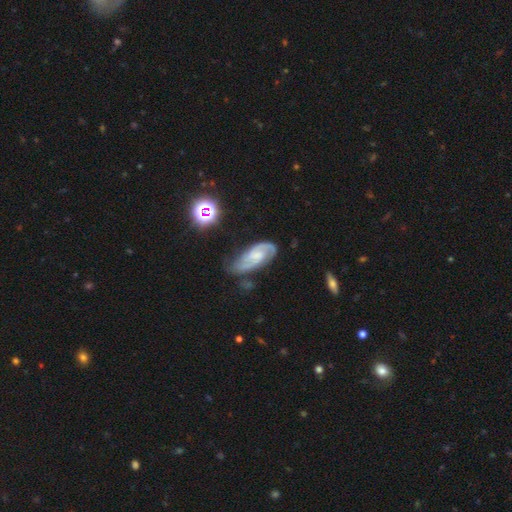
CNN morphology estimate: A featured or disk galaxy (83%) with a weak bar (47%), 2 (85%) medium (50%) spiral arms (97%) and a small central bulge (39%).

Vote fractions:
- Smooth or featured? featured or disk: 83% / smooth: 10% / star or artifact: 7%
- Edge-on disk? no: 96% / yes: 4%
- Bar? weak: 47% / no: 39% / strong: 14%
- Spiral arms? yes: 97% / no: 3%
- Spiral winding? medium: 50% / tight: 35% / loose: 15%
- Spiral arm count? 2: 85% / can't tell: 6% / 3: 4% / 1: 3% / 4: 1% / more than 4: 1%
- Bulge size? small: 39% / none: 29% / moderate: 27% / large: 4% / dominant: 1%
- Merging? none: 62% / minor disturbance: 25% / major disturbance: 10% / merger: 3%